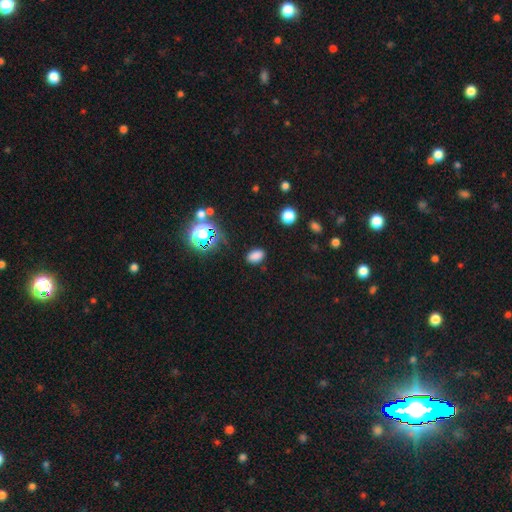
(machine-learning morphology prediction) This appears to be a smooth galaxy with no disk features (78%) that is in between round and cigar-shaped (87%). Merging: none (86%).